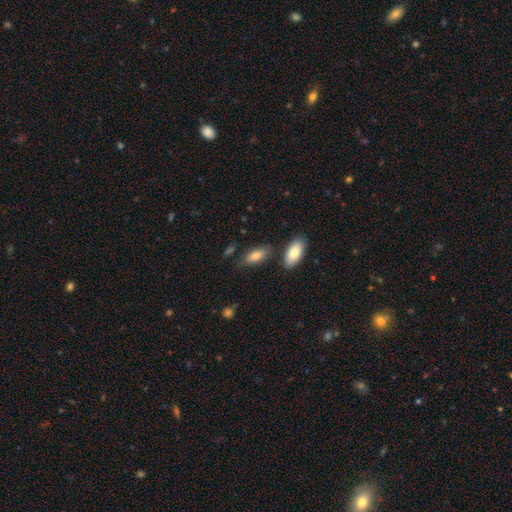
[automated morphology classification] A smooth galaxy with no disk features (76%) that is in between round and cigar-shaped (82%). Merging: none (70%).